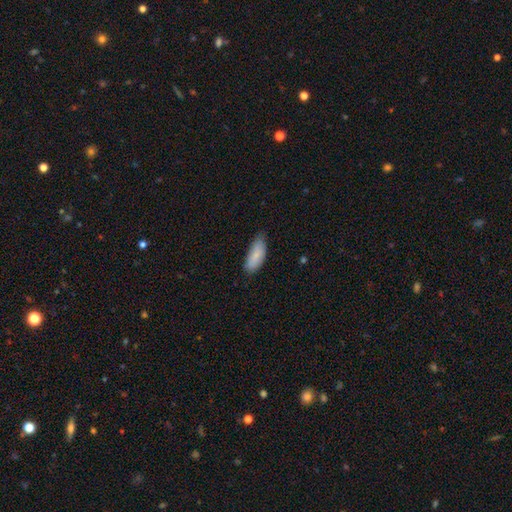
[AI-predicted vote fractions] A smooth galaxy with no disk features (85%) that is in between round and cigar-shaped (76%).

Vote fractions:
- Smooth or featured? smooth: 85% / featured or disk: 9% / star or artifact: 6%
- How rounded? in between: 76% / cigar-shaped: 22% / round: 2%
- Merging? none: 65% / minor disturbance: 29% / major disturbance: 4% / merger: 1%